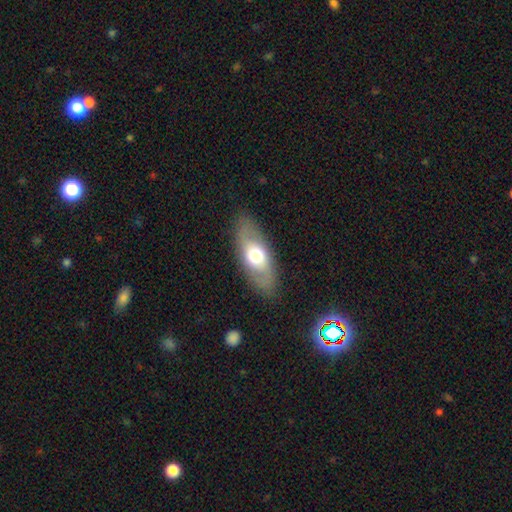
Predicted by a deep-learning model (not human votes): Q: Smooth or featured?
A: smooth (48%); runner-up: featured or disk (44%)
Q: Merging?
A: none (85%); runner-up: minor disturbance (11%)